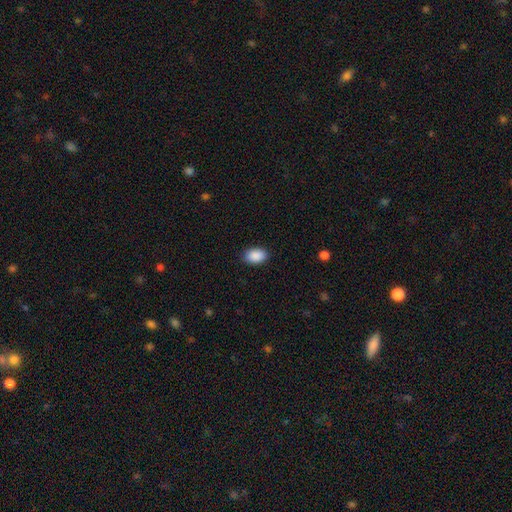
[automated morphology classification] smooth_or_featured: smooth (p=0.90) [alt: star or artifact p=0.07]
how_rounded: in between (p=0.90) [alt: round p=0.09]
merging: none (p=0.89) [alt: minor disturbance p=0.08]